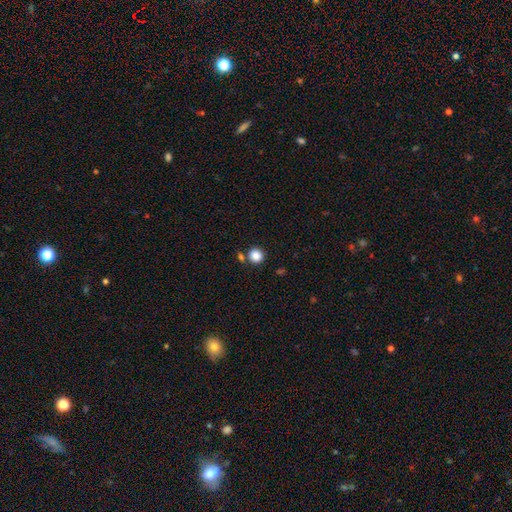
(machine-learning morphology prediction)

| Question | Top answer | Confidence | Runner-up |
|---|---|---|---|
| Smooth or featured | smooth | 86% | star or artifact (10%) |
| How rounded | round | 91% | in between (8%) |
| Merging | none | 79% | merger (11%) |